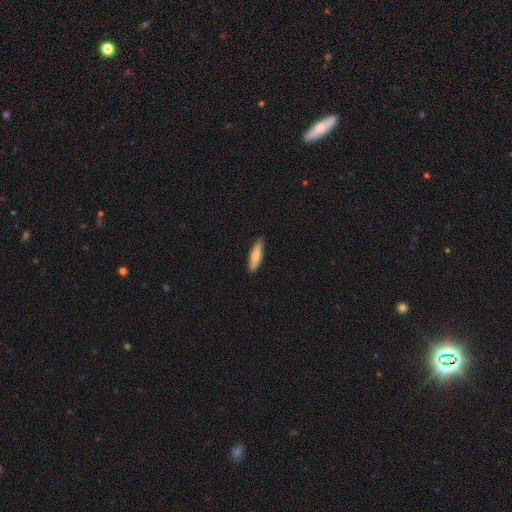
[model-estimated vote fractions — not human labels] A smooth galaxy with no disk features (77%) that is cigar-shaped (73%).

Vote fractions:
- Smooth or featured? smooth: 77% / featured or disk: 18% / star or artifact: 5%
- How rounded? cigar-shaped: 73% / in between: 25% / round: 2%
- Merging? none: 88% / minor disturbance: 9% / major disturbance: 2% / merger: 1%